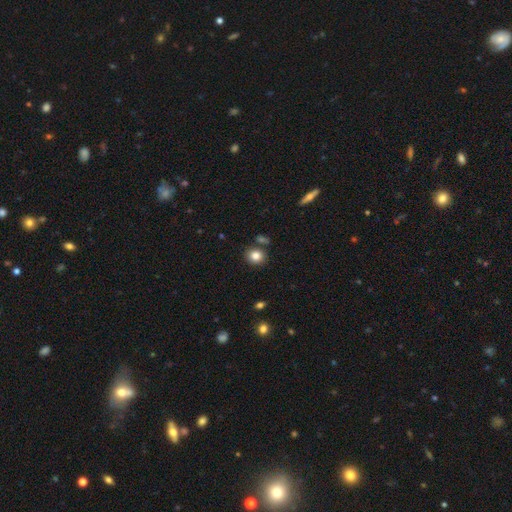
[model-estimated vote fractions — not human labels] The model was most divided on "how rounded": round: 75%, in between: 24%, cigar-shaped: 1%. More confident: smooth or featured — smooth (84%); merging — none (81%).